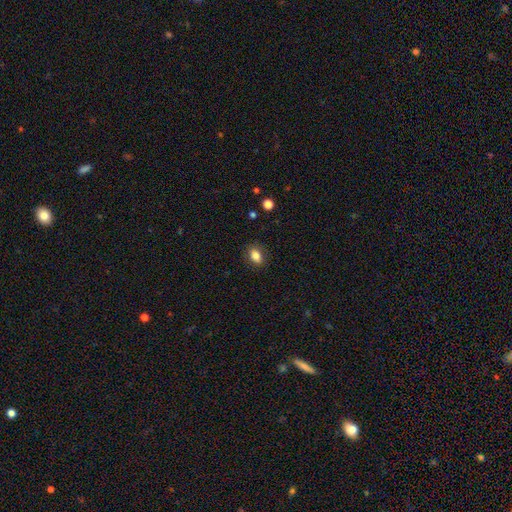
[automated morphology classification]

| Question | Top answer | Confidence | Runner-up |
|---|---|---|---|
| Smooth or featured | smooth | 84% | star or artifact (9%) |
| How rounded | in between | 77% | round (21%) |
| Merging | none | 86% | minor disturbance (10%) |